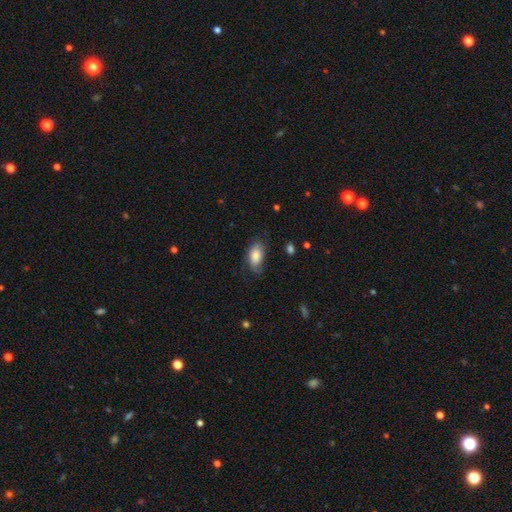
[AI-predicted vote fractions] Smooth or featured: smooth — 80% (featured or disk — 13%)
How rounded: in between — 92% (round — 4%)
Merging: none — 59% (minor disturbance — 30%)